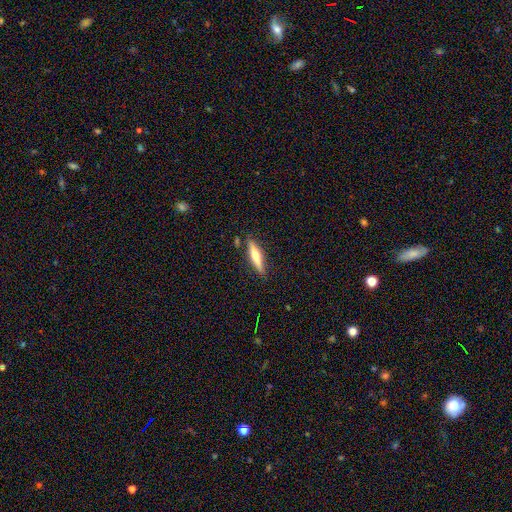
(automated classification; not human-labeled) This appears to be a featured or disk galaxy (64%) viewed edge-on (96%) with a rounded central bulge (93%). Merging: none (86%).